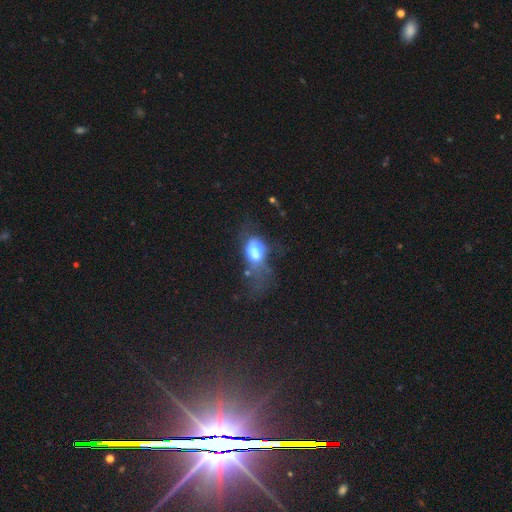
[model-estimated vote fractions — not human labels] smooth 61%, featured or disk 26%, star or artifact 12%. Down the decision tree: how rounded — in between (72%); merging — major disturbance (35%).